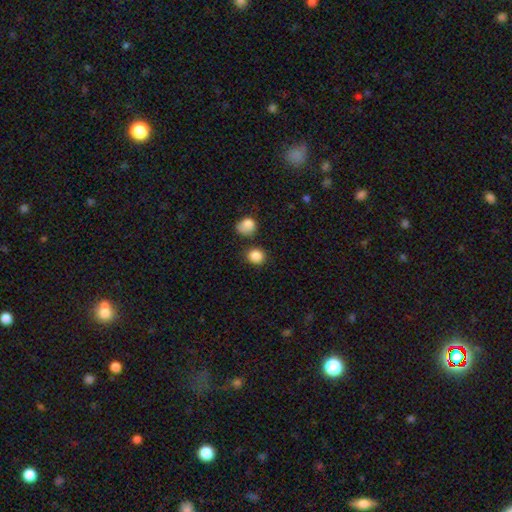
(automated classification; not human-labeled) smooth_or_featured: smooth (p=0.87) [alt: star or artifact p=0.10]
how_rounded: round (p=0.81) [alt: in between p=0.18]
merging: none (p=0.77) [alt: minor disturbance p=0.11]